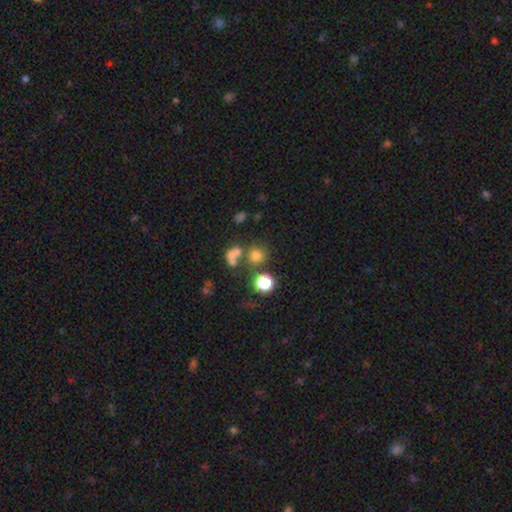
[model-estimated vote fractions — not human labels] This is likely a smooth galaxy (66%). How rounded: clearly round (87%). Merging: likely none (61%).